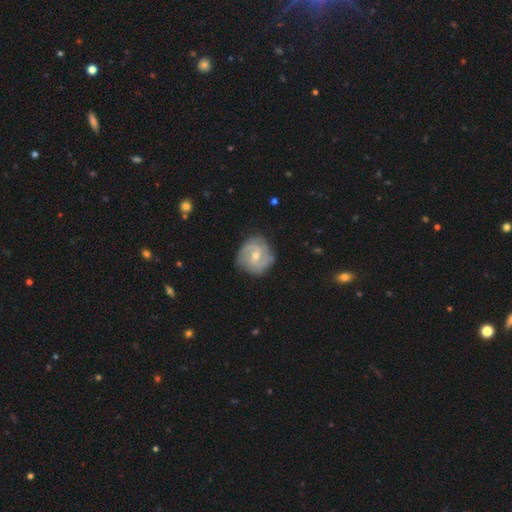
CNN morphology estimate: smooth-or-featured: featured or disk: 77% | smooth: 18% | star or artifact: 5%
  disk-edge-on: no: 98% | yes: 2%
    bar: weak: 47% | no: 45% | strong: 8%
    has-spiral-arms: yes: 93% | no: 7%
      spiral-winding: medium: 43% (tied) | tight: 43% (tied) | loose: 14%
      spiral-arm-count: 2: 65% | can't tell: 15% | 3: 12% | 1: 3% | 4: 3% | more than 4: 2%
    bulge-size: moderate: 56% | small: 40% | large: 2% | none: 2% | dominant: 1%
  merging: none: 75% | minor disturbance: 18% | major disturbance: 5% | merger: 1%